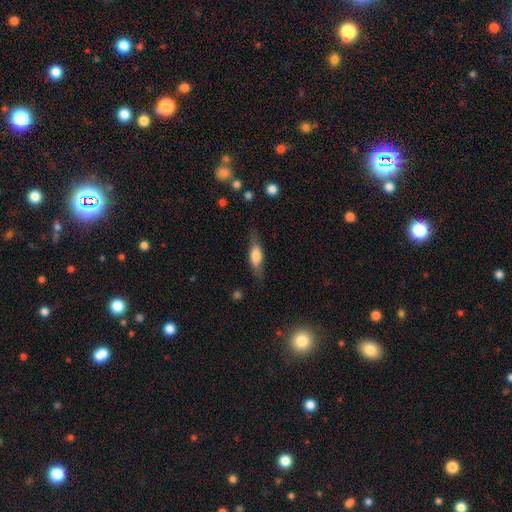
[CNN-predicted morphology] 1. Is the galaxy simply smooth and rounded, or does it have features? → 63% smooth, 31% featured or disk, 7% star or artifact.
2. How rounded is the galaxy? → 55% in between, 42% cigar-shaped, 3% round.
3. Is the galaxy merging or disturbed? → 76% none, 17% minor disturbance, 6% major disturbance, 1% merger.